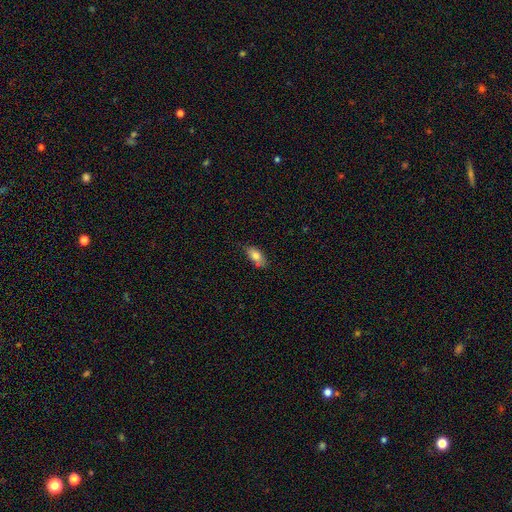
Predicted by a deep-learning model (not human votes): This appears to be a smooth galaxy with no disk features (78%) that is in between round and cigar-shaped (89%). Merging: none (70%).